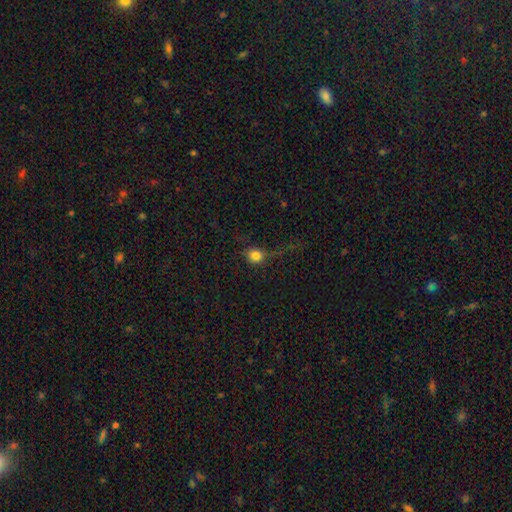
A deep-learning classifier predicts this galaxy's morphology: The model was most divided on "merging": none: 58%, minor disturbance: 21%, major disturbance: 18%, merger: 3%. More confident: how rounded — round (81%); smooth or featured — smooth (76%).